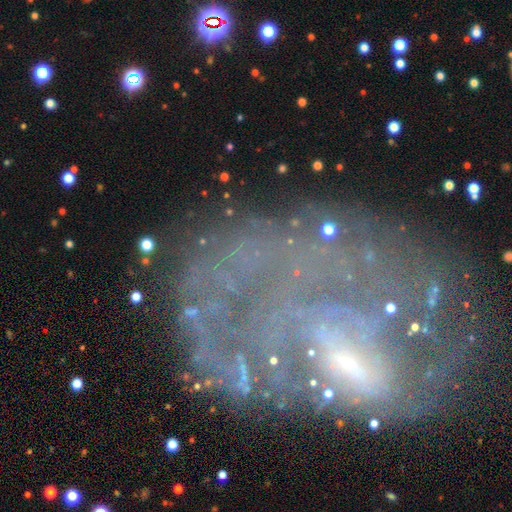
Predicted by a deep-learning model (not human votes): The model was most divided on "spiral arms": yes: 51%, no: 49%. Remaining: edge-on disk — no (92%); smooth or featured — featured or disk (67%); merging — none (48%); bar — no (46%); bulge size — small (40%).